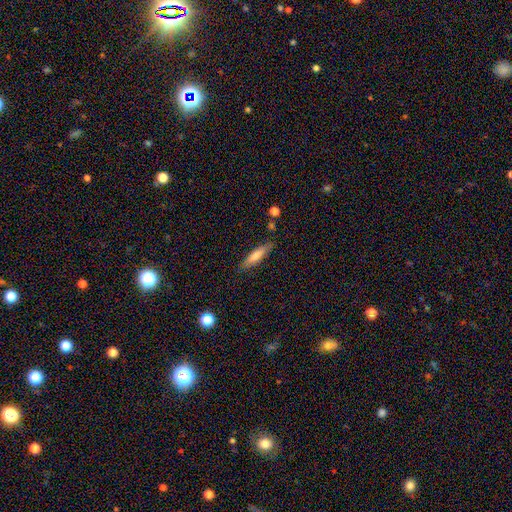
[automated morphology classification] This appears to be a smooth galaxy with no disk features (67%) that is cigar-shaped (78%). Merging: none (84%).